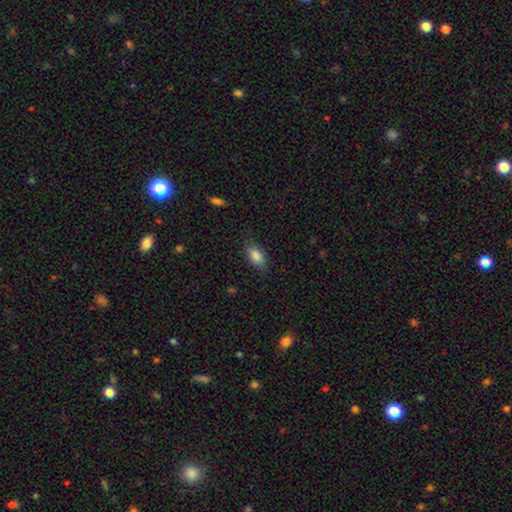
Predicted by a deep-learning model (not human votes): Morphology: type=smooth (87%); roundness=in between (90%); merging=none (80%).